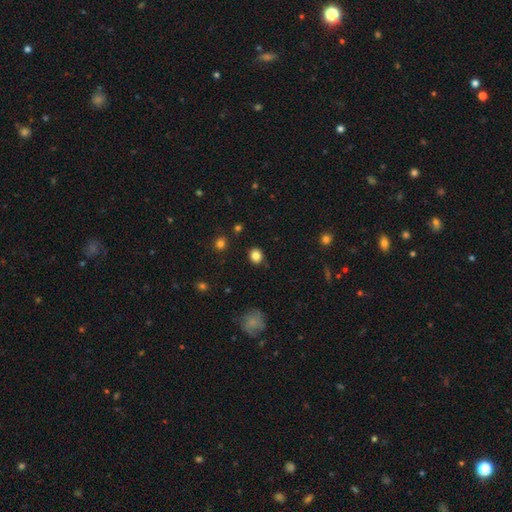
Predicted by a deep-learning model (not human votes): This appears to be a smooth galaxy with no disk features (84%) that is round (78%). Merging: none (86%).